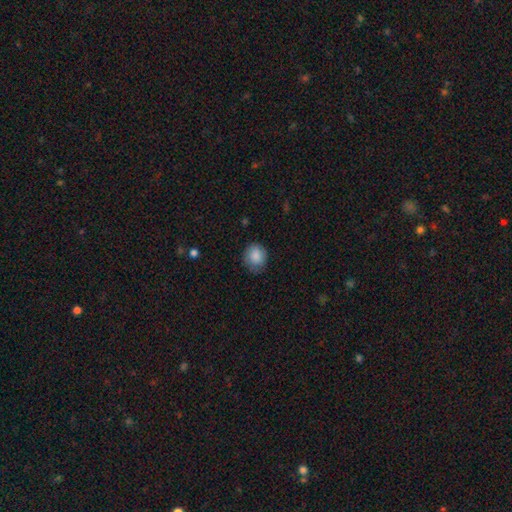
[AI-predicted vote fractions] smooth 87%, star or artifact 7%, featured or disk 5%. Down the decision tree: how rounded — round (76%); merging — none (75%).